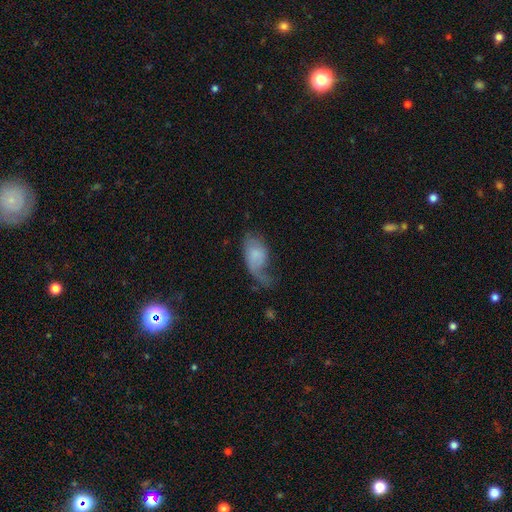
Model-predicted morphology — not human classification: A smooth galaxy with no disk features (51%) that is in between round and cigar-shaped (92%). Merging: major disturbance (47%).